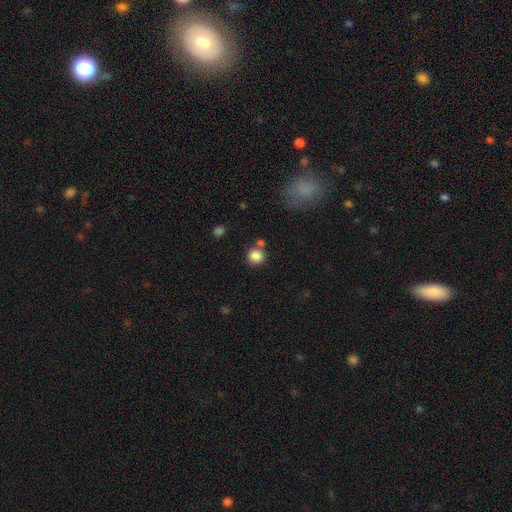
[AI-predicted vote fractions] This appears to be a smooth galaxy with no disk features (85%) that is round (91%). Merging: none (71%).